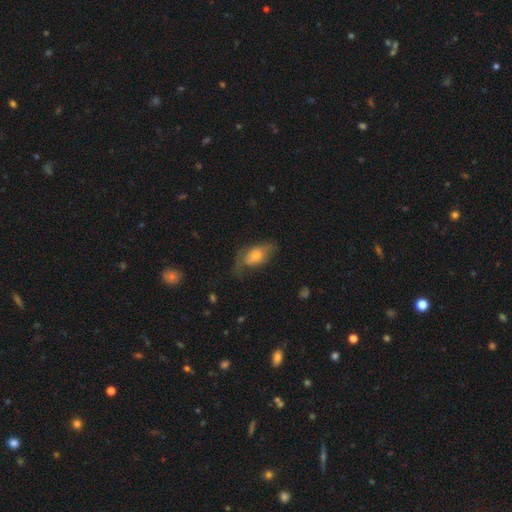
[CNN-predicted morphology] Smooth or featured: smooth — 54% (featured or disk — 38%)
How rounded: in between — 86% (cigar-shaped — 7%)
Merging: none — 45% (minor disturbance — 31%)